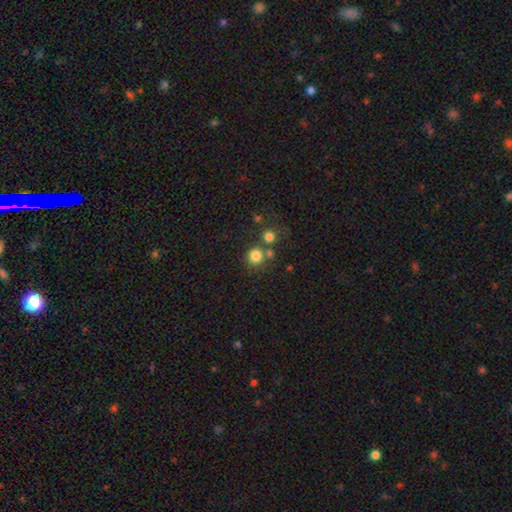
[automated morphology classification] The model was most divided on "merging": none: 65%, merger: 23%, minor disturbance: 8%, major disturbance: 4%. More confident: how rounded — round (91%); smooth or featured — smooth (80%).